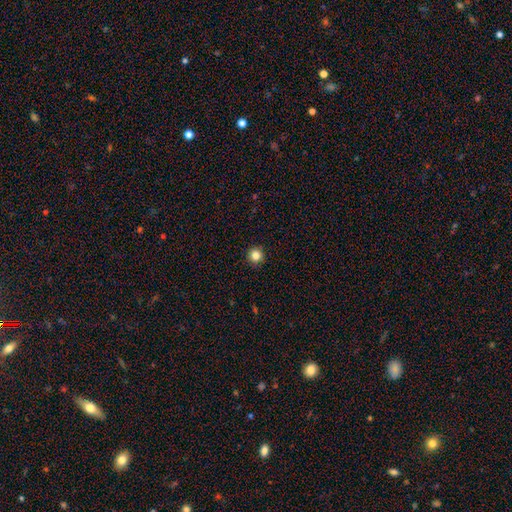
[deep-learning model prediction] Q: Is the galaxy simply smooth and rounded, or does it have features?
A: smooth — 84%.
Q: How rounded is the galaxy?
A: round — 96%.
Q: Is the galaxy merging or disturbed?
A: none — 93%.